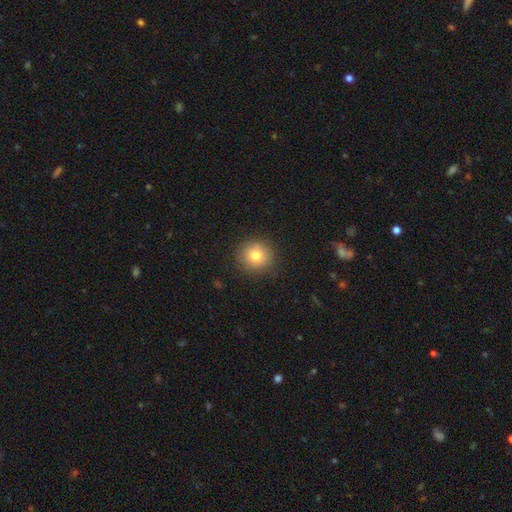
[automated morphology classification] Q: Smooth or featured?
A: smooth (78%); runner-up: star or artifact (11%)
Q: How rounded?
A: round (92%); runner-up: in between (7%)
Q: Merging?
A: none (90%); runner-up: minor disturbance (7%)